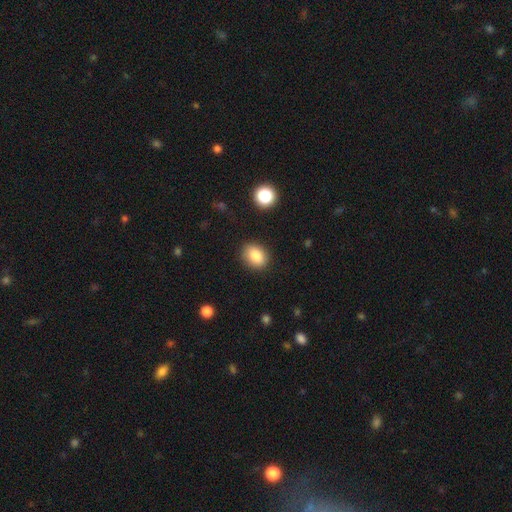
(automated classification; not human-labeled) A smooth galaxy with no disk features (85%) that is in between round and cigar-shaped (62%).

Vote fractions:
- Smooth or featured? smooth: 85% / star or artifact: 9% / featured or disk: 6%
- How rounded? in between: 62% / round: 37% / cigar-shaped: 1%
- Merging? none: 86% / minor disturbance: 10% / major disturbance: 3% / merger: 1%